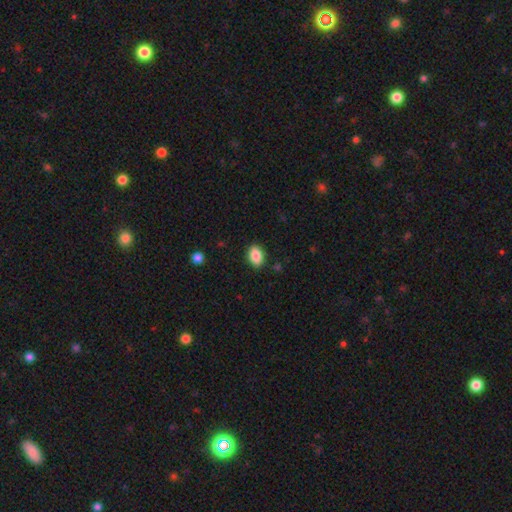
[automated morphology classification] smooth-or-featured: smooth: 87% | star or artifact: 8% | featured or disk: 5%
  how-rounded: in between: 86% | round: 13% | cigar-shaped: 2%
  merging: none: 88% | minor disturbance: 9% | major disturbance: 2% | merger: 1%